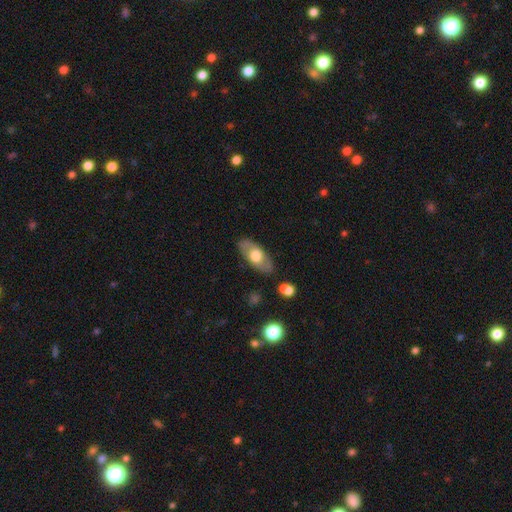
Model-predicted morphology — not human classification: This is possibly a smooth galaxy (52%). How rounded: clearly in between (87%). Merging: clearly none (83%).